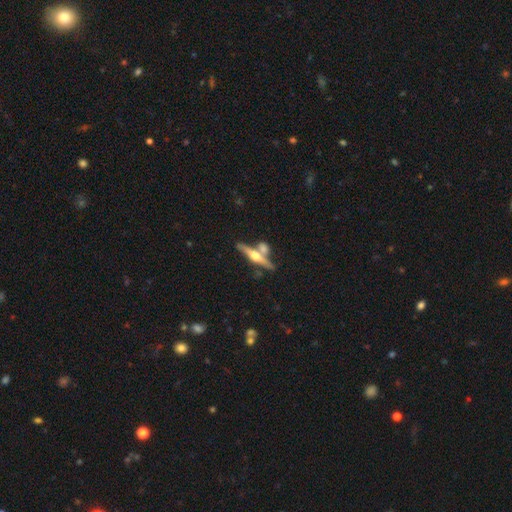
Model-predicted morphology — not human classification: Smooth or featured? featured or disk (77%)
Edge-on disk? yes (97%)
Edge-on bulge? rounded (95%)
Merging? none (65%)